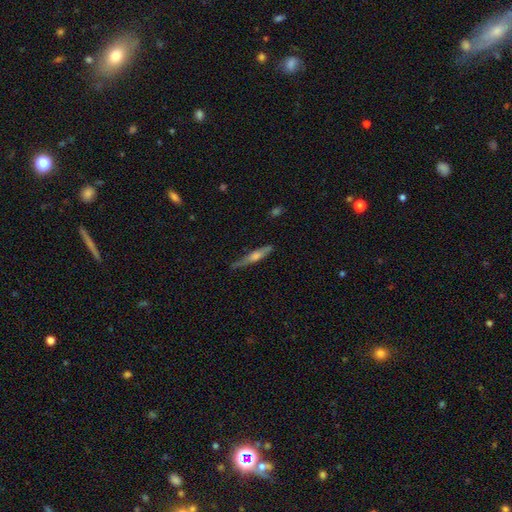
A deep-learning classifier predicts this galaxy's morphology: This appears to be a featured or disk galaxy (58%) viewed edge-on (94%) with a rounded central bulge (68%). Merging: none (76%).